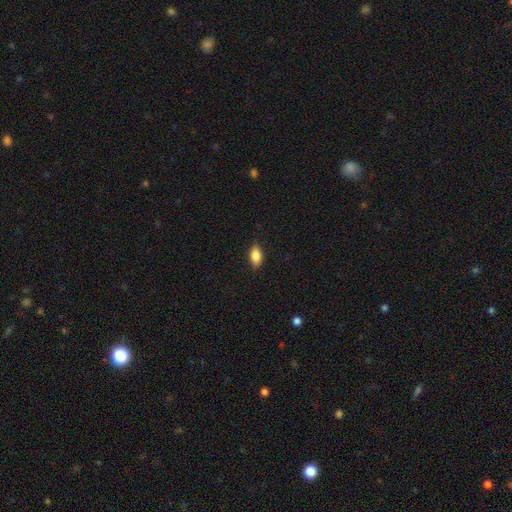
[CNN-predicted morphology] Smooth or featured?
  - smooth: 85% *
  - featured or disk: 8%
  - star or artifact: 7%
How rounded?
  - in between: 89% *
  - round: 6%
  - cigar-shaped: 6%
Merging?
  - none: 87% *
  - minor disturbance: 10%
  - major disturbance: 2%
  - merger: 1%